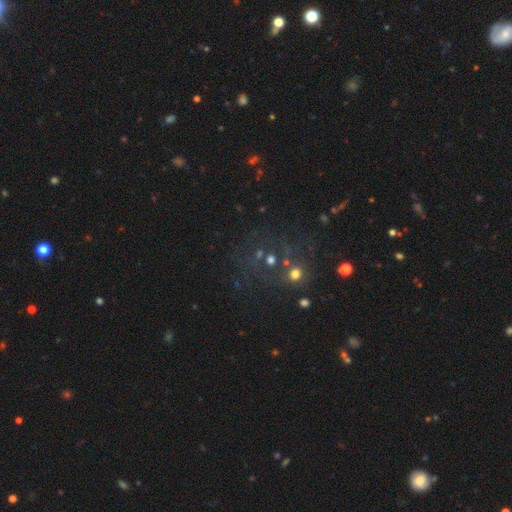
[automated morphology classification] Smooth or featured? star or artifact (57%)